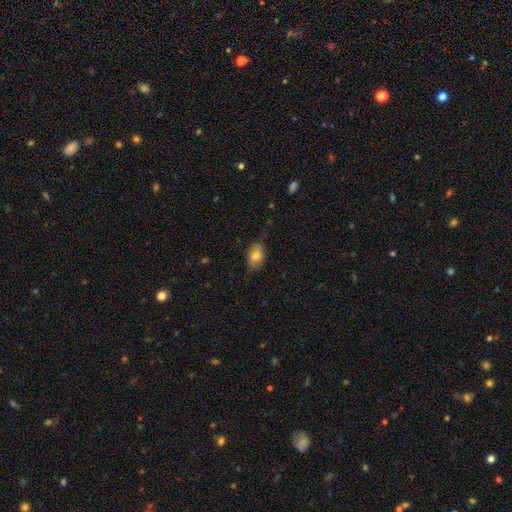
A smooth galaxy with no disk features (62%) that is in between round and cigar-shaped (75%).

Vote fractions:
- Smooth or featured? smooth: 62% / featured or disk: 33% / star or artifact: 5%
- How rounded? in between: 75% / round: 25% / cigar-shaped: 0%
- Merging? none: 65% / minor disturbance: 27% / major disturbance: 5% / merger: 3%